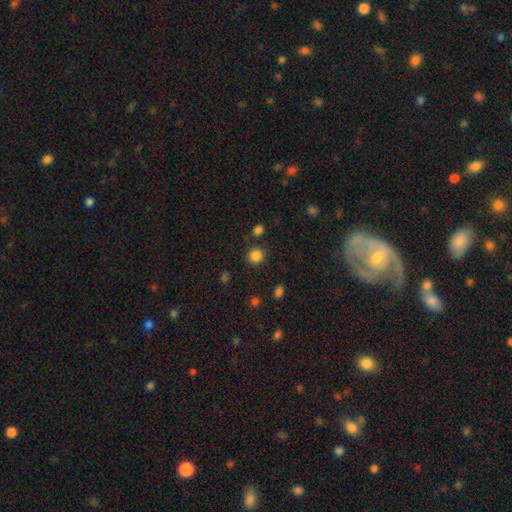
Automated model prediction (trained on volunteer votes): Q: Smooth or featured?
A: smooth (85%); runner-up: star or artifact (12%)
Q: How rounded?
A: round (88%); runner-up: in between (11%)
Q: Merging?
A: none (85%); runner-up: minor disturbance (8%)